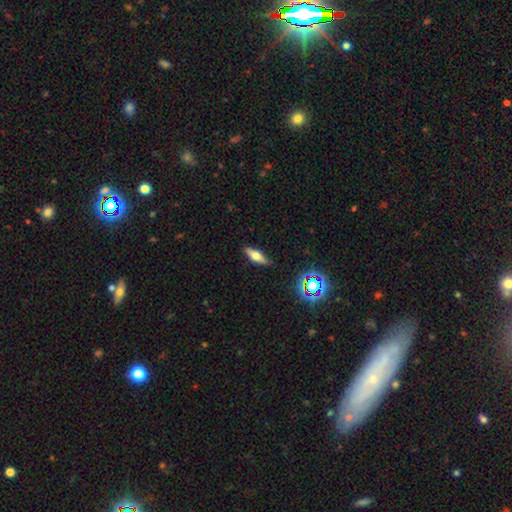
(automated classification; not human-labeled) Smooth or featured: smooth — 52% (featured or disk — 37%)
How rounded: in between — 51% (cigar-shaped — 45%)
Merging: none — 85% (minor disturbance — 11%)